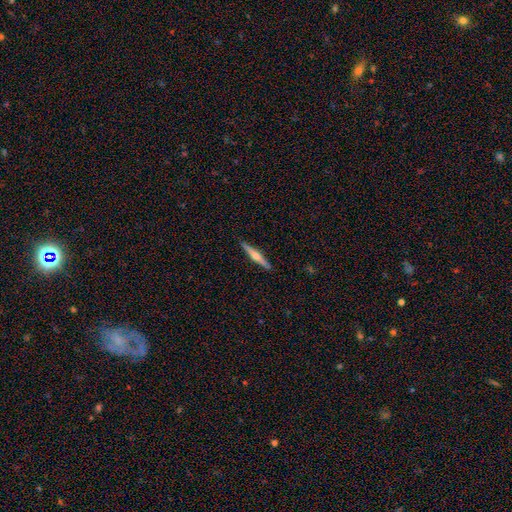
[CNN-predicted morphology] featured or disk 67%, smooth 27%, star or artifact 5%. Down the decision tree: edge-on disk — yes (98%); edge-on bulge — rounded (90%); merging — none (91%).